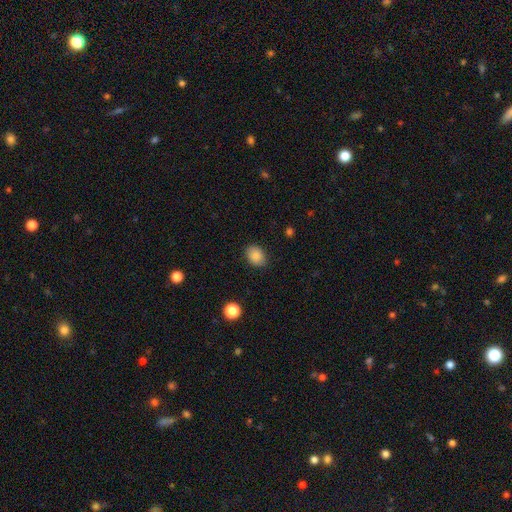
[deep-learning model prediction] Morphology: type=smooth (84%); roundness=in between (68%); merging=none (87%).